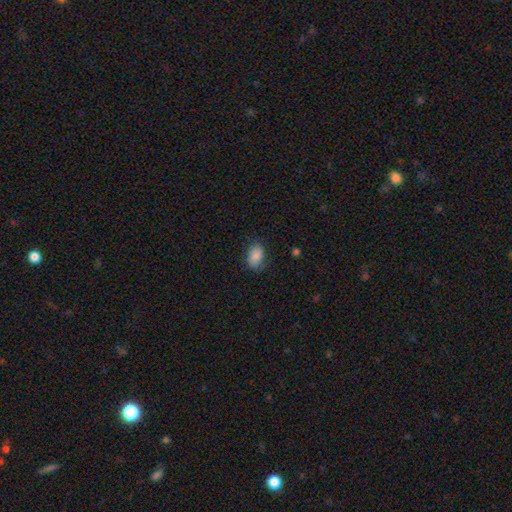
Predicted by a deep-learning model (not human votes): This appears to be a smooth galaxy with no disk features (87%) that is in between round and cigar-shaped (86%). Merging: none (75%).